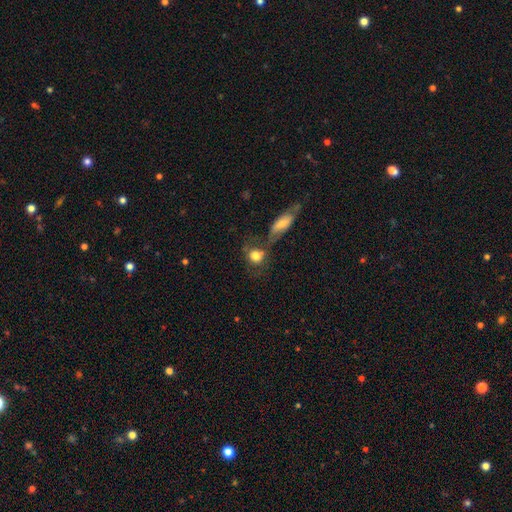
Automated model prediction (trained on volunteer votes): Morphology: type=smooth (75%); roundness=round (66%); merging=none (41%).